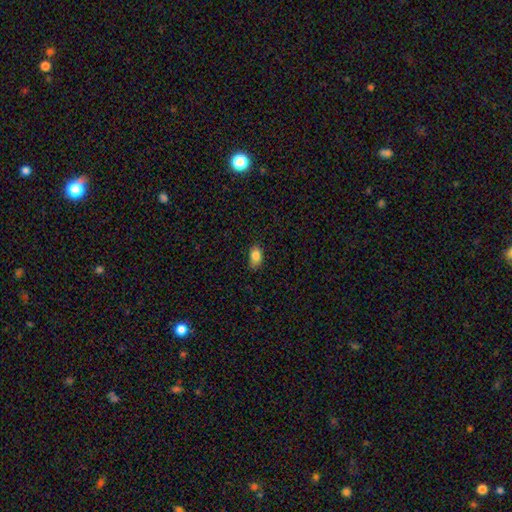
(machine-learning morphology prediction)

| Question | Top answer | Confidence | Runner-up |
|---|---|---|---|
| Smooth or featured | smooth | 85% | star or artifact (9%) |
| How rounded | in between | 84% | round (14%) |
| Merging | none | 76% | minor disturbance (20%) |